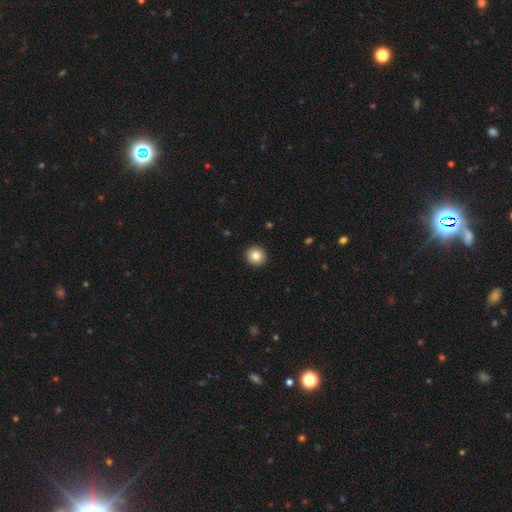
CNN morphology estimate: type=smooth (84%); roundness=round (93%); merging=none (93%).